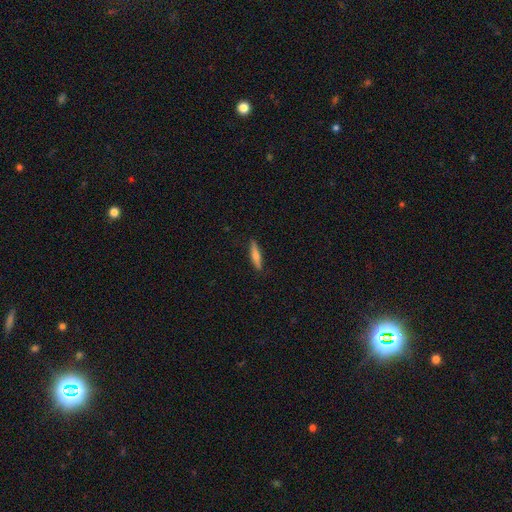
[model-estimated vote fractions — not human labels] Overall: smooth (59%; featured or disk 35%). How rounded: cigar-shaped (84%). Merging: none (88%).